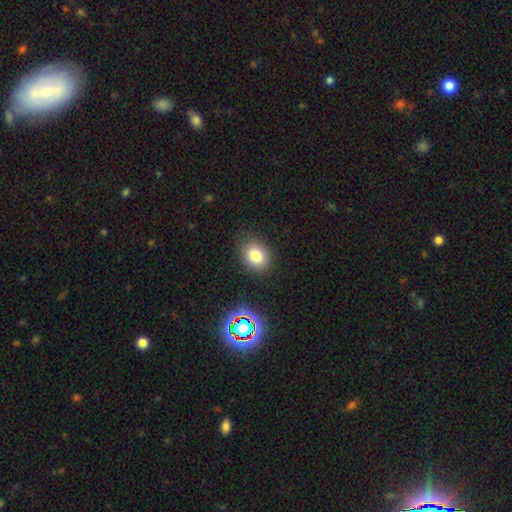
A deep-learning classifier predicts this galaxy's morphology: smooth_or_featured: smooth (p=0.80) [alt: star or artifact p=0.13]
how_rounded: in between (p=0.57) [alt: round p=0.42]
merging: none (p=0.86) [alt: minor disturbance p=0.10]